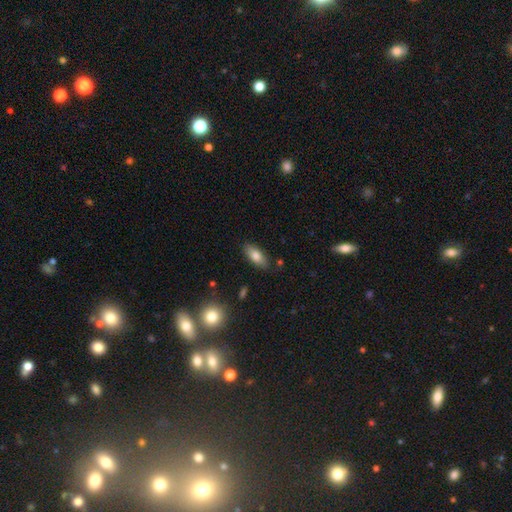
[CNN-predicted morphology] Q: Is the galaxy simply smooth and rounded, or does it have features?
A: smooth — 78%.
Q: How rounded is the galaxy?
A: in between — 82%.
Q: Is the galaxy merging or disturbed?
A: none — 84%.